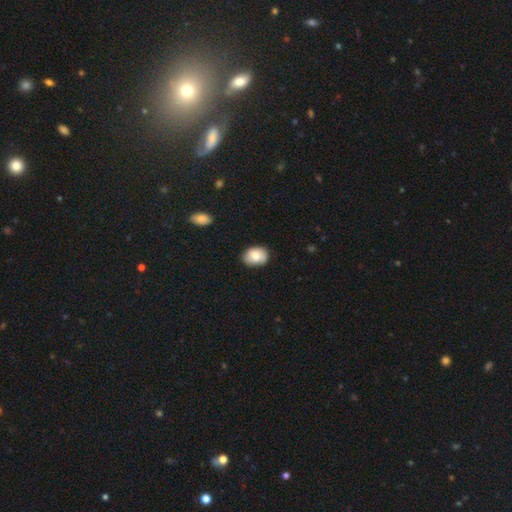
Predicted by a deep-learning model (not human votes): Smooth or featured? Predicted: smooth (p=0.81). How rounded? Predicted: in between (p=0.73). Merging? Predicted: none (p=0.79).